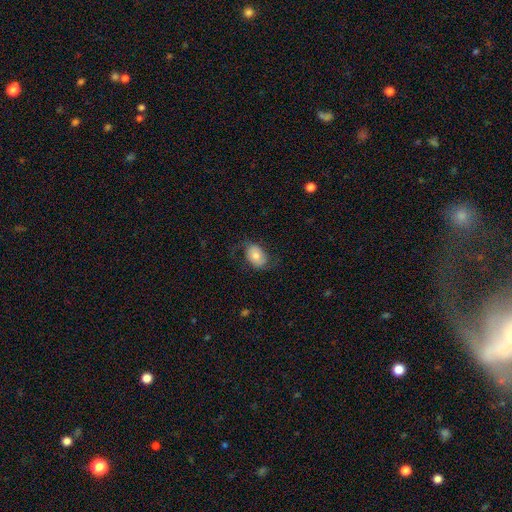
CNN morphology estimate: This appears to be a smooth galaxy with no disk features (58%) that is in between round and cigar-shaped (80%). Merging: none (65%).